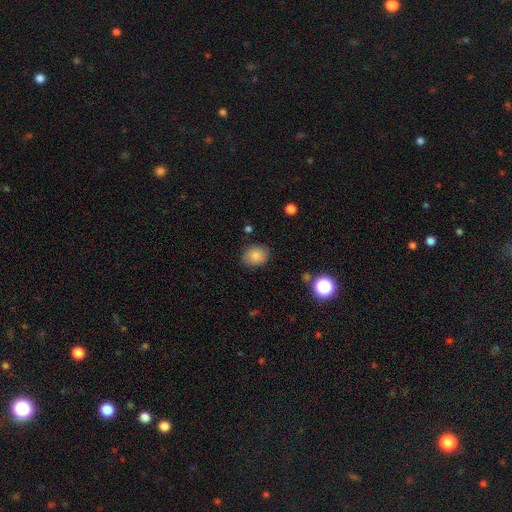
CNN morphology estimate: type=smooth (81%); roundness=round (53%); merging=none (82%).